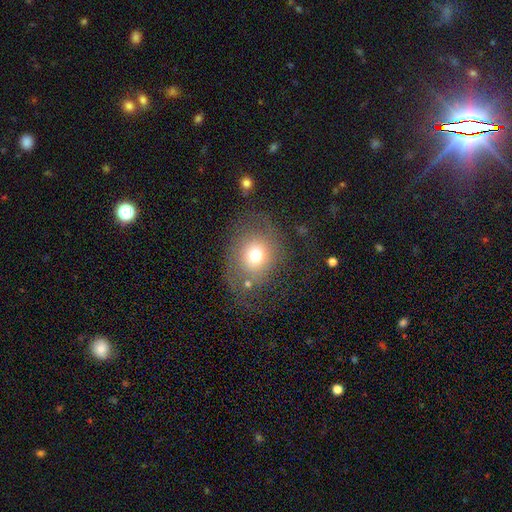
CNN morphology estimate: This appears to be a smooth galaxy with no disk features (61%) that is round (52%). Merging: none (52%).